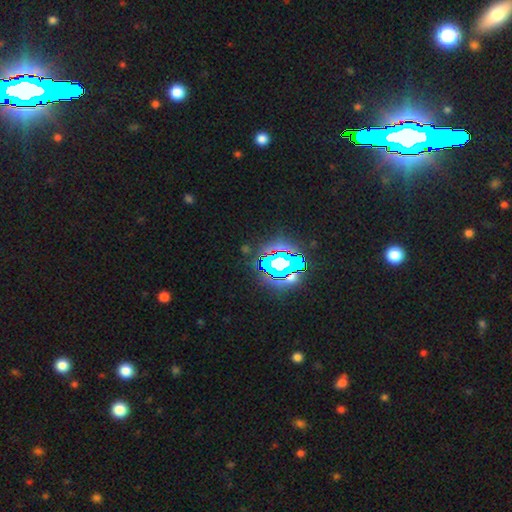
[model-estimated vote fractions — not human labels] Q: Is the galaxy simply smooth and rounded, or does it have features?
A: star or artifact — 84%.